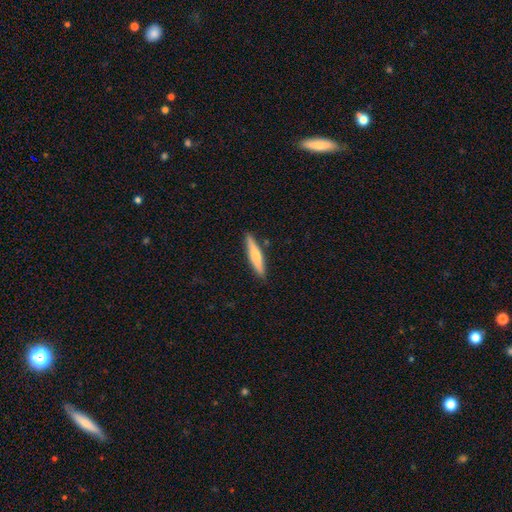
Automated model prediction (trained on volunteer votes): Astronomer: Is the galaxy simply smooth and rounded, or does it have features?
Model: smooth — 65%.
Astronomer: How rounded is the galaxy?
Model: cigar-shaped — 89%.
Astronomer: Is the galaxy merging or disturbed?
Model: none — 87%.